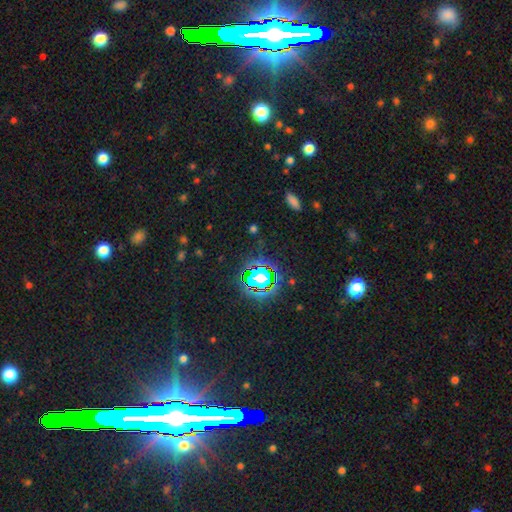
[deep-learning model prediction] Q: Smooth or featured?
A: star or artifact (81%); runner-up: smooth (10%)